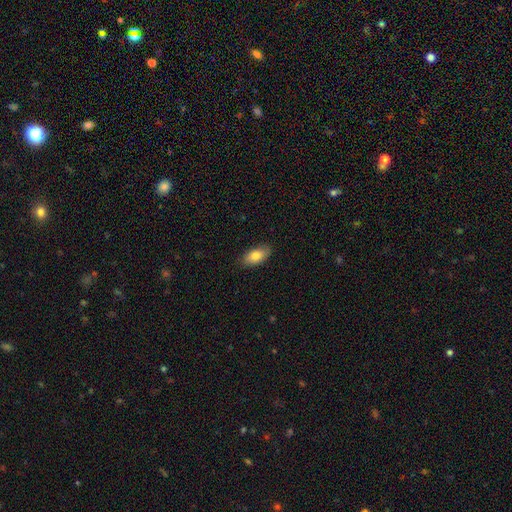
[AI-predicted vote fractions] Smooth or featured? smooth (80%)
How rounded? in between (91%)
Merging? none (86%)